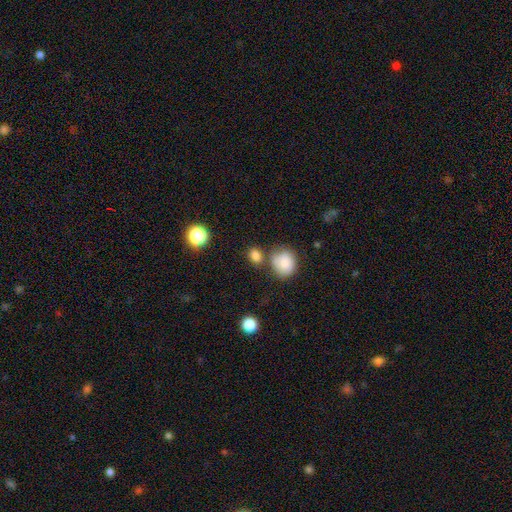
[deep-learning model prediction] Q: Smooth or featured?
A: smooth (82%); runner-up: star or artifact (12%)
Q: How rounded?
A: round (53%); runner-up: in between (46%)
Q: Merging?
A: none (65%); runner-up: merger (17%)